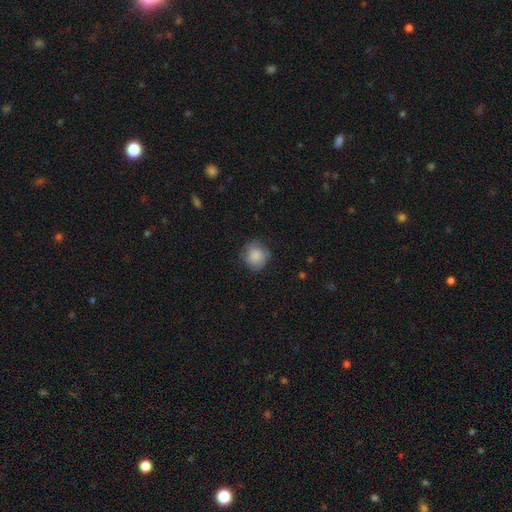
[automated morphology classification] Overall: smooth (79%). How rounded: round (88%). Merging: none (74%).